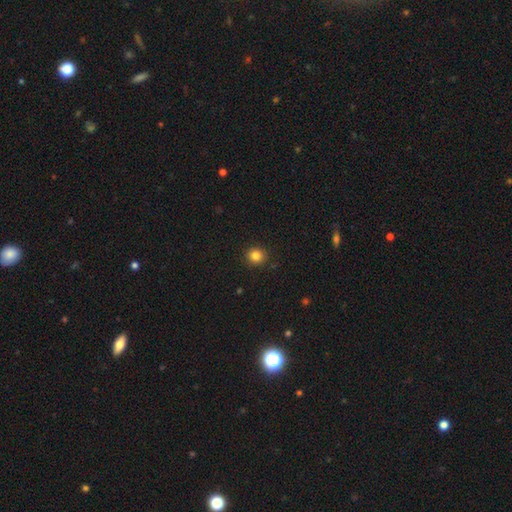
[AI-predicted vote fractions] Smooth or featured? smooth (84%)
How rounded? round (89%)
Merging? none (91%)